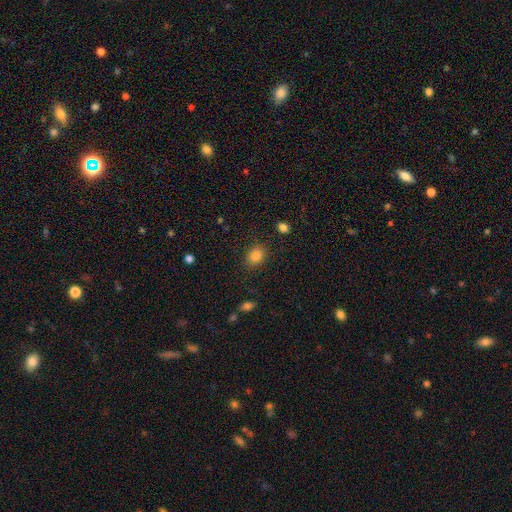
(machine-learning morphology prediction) smooth_or_featured: smooth (p=0.84) [alt: star or artifact p=0.10]
how_rounded: in between (p=0.59) [alt: round p=0.40]
merging: none (p=0.85) [alt: minor disturbance p=0.10]